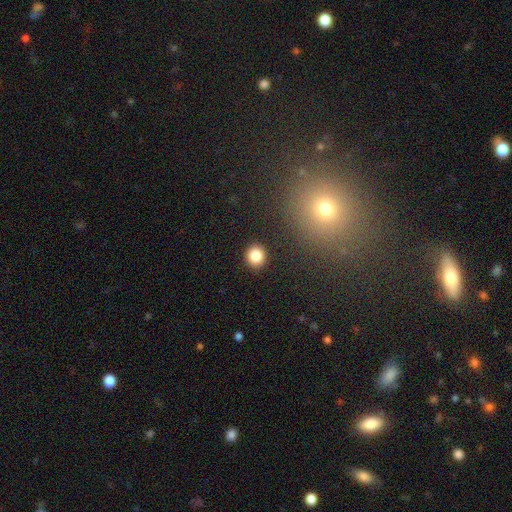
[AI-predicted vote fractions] A smooth galaxy with no disk features (85%) that is round (86%).

Vote fractions:
- Smooth or featured? smooth: 85% / star or artifact: 11% / featured or disk: 4%
- How rounded? round: 86% / in between: 13% / cigar-shaped: 1%
- Merging? none: 91% / minor disturbance: 5% / major disturbance: 2% / merger: 1%